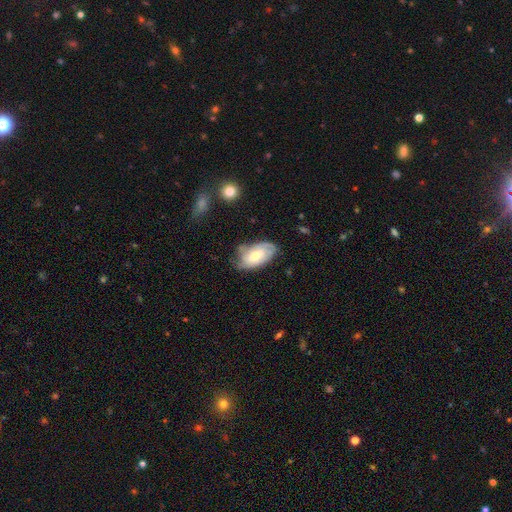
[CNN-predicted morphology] Overall: featured or disk (54%; smooth 39%). Edge-on disk: no (92%). Bar: no (53%; weak 37%). Spiral arms: yes (76%). Bulge size: moderate (61%; small 32%). Merging: none (57%; minor disturbance 31%).